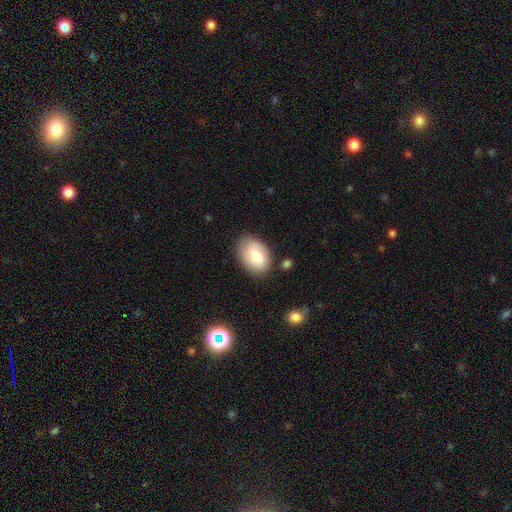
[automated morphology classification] smooth-or-featured: smooth: 75% | featured or disk: 19% | star or artifact: 6%
  how-rounded: in between: 86% | round: 13% | cigar-shaped: 1%
  merging: none: 79% | minor disturbance: 15% | major disturbance: 3% | merger: 3%